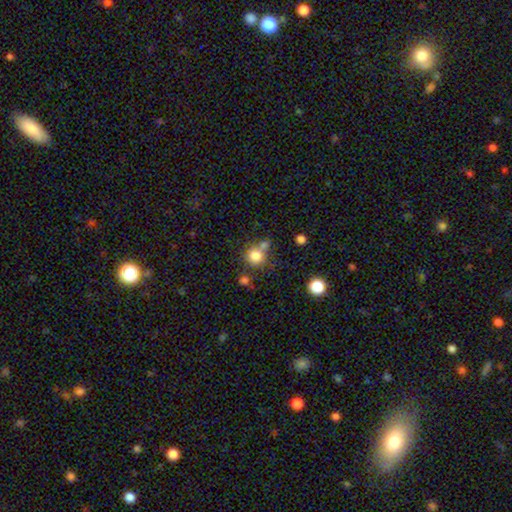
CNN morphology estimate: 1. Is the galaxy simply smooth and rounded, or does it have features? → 80% smooth, 12% star or artifact, 8% featured or disk.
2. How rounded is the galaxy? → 86% round, 13% in between, 1% cigar-shaped.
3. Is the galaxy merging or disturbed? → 56% none, 28% merger, 11% minor disturbance, 5% major disturbance.